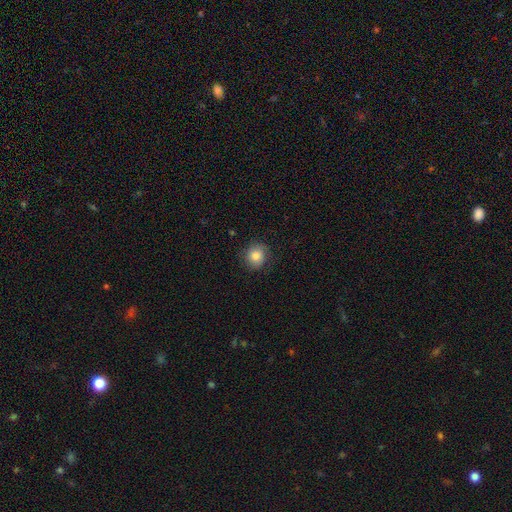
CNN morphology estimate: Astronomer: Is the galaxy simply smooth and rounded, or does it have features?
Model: smooth — 80%.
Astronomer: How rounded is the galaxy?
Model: round — 84%.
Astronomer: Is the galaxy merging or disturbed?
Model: none — 80%.